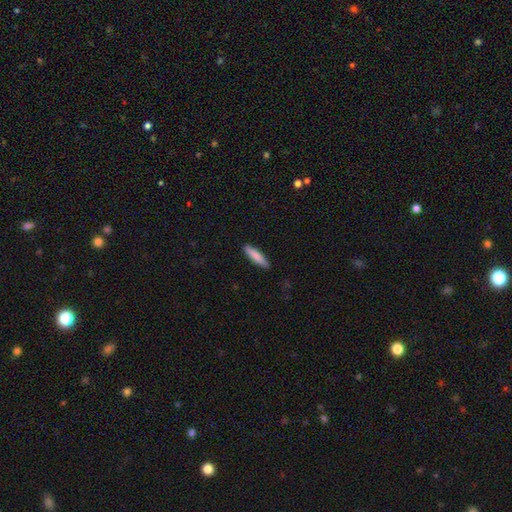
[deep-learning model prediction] Overall: smooth (83%). How rounded: cigar-shaped (79%). Merging: none (89%).